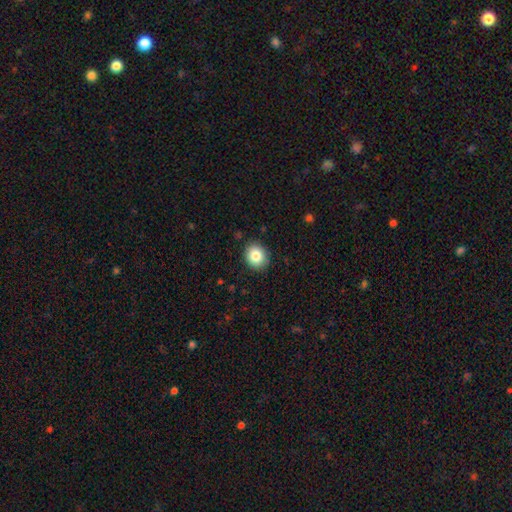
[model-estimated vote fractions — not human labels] Morphology: type=smooth (84%); roundness=round (71%); merging=none (89%).